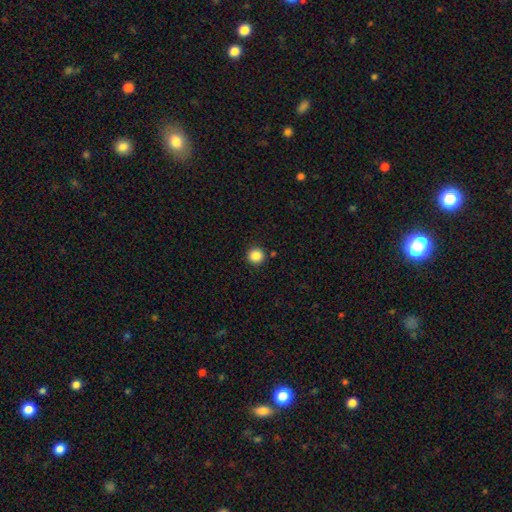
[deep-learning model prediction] This appears to be a smooth galaxy with no disk features (86%) that is round (94%). Merging: none (91%).